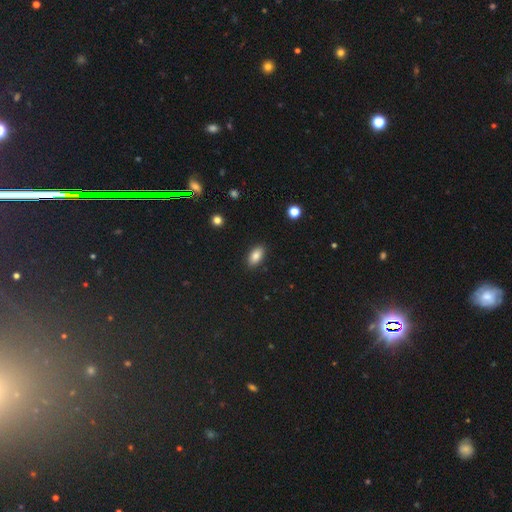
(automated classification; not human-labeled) This is clearly a smooth galaxy (84%). How rounded: clearly in between (91%). Merging: clearly none (88%).